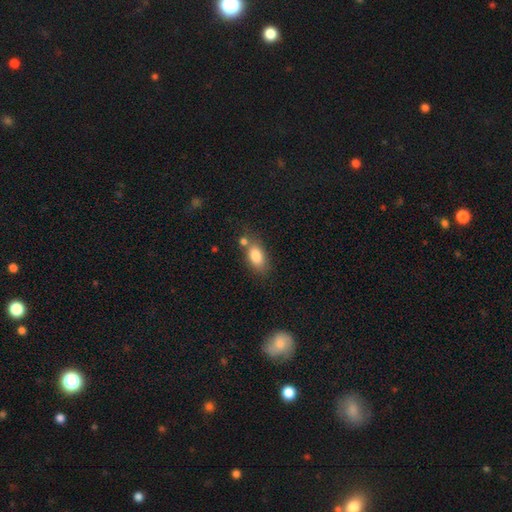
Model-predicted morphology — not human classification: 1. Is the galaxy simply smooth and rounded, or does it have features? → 83% smooth, 9% featured or disk, 8% star or artifact.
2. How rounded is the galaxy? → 87% in between, 8% round, 5% cigar-shaped.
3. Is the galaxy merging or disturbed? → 59% none, 19% merger, 16% minor disturbance, 5% major disturbance.